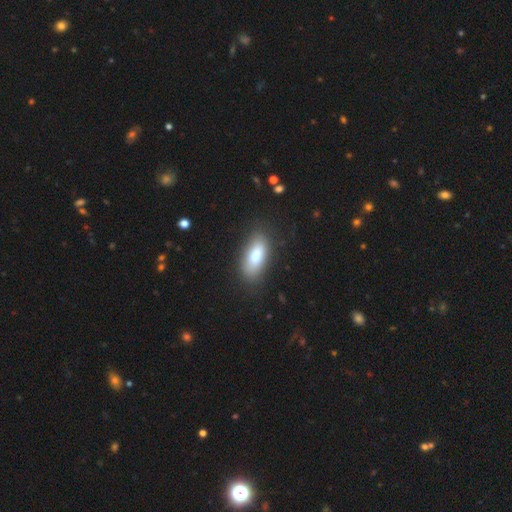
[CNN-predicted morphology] type=smooth (77%); roundness=in between (83%); merging=none (83%).